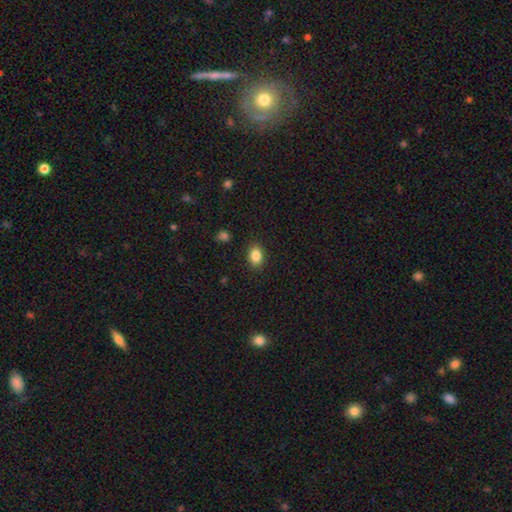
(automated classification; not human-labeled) Overall: smooth (86%). How rounded: in between (75%). Merging: none (87%).